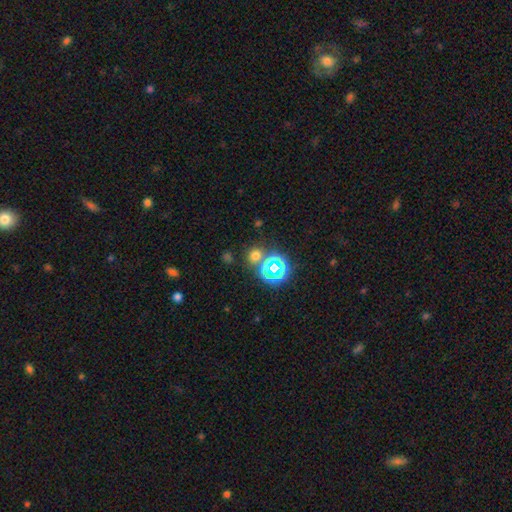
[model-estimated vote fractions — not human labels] smooth-or-featured: smooth: 60% | star or artifact: 33% | featured or disk: 7%
  how-rounded: round: 84% | in between: 15% | cigar-shaped: 1%
  merging: none: 73% | merger: 15% | minor disturbance: 8% | major disturbance: 4%